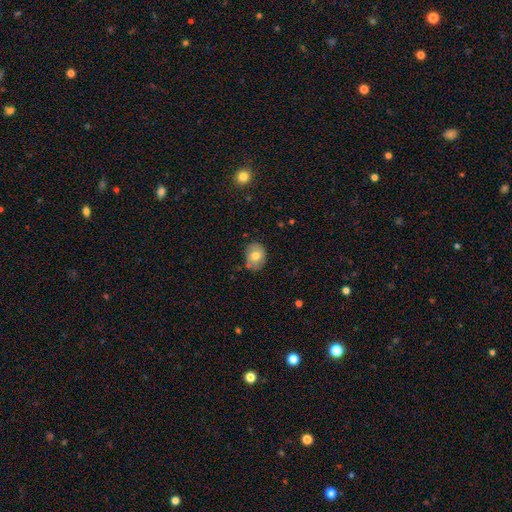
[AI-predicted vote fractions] Smooth or featured? smooth (74%)
How rounded? in between (51%)
Merging? none (77%)